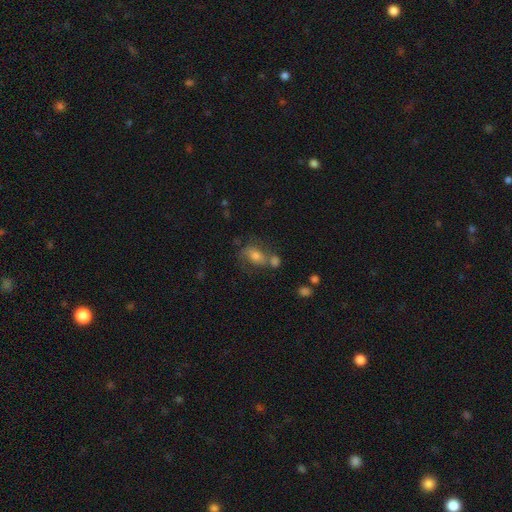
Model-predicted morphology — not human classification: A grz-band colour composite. It shows a smooth galaxy with no disk features (58%) that is in between round and cigar-shaped (74%). Merging: none (38%).